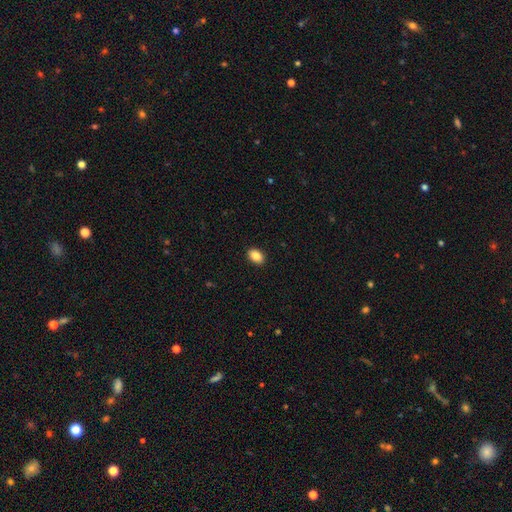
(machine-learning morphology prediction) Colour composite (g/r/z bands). It shows a smooth galaxy with no disk features (88%) that is in between round and cigar-shaped (86%). Merging: none (91%).